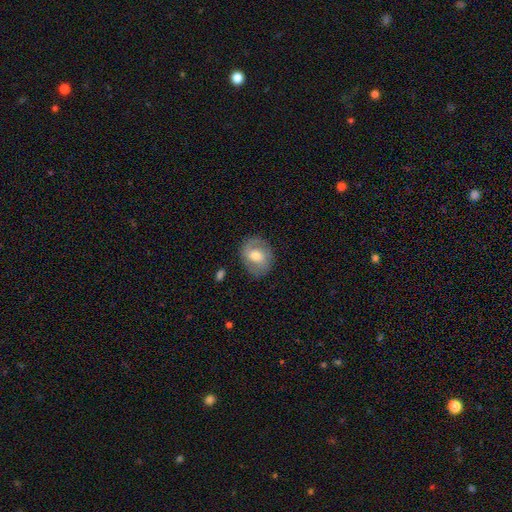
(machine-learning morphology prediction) Q: Smooth or featured?
A: featured or disk (53%); runner-up: smooth (40%)
Q: Edge-on disk?
A: no (96%); runner-up: yes (4%)
Q: Bar?
A: no (48%); runner-up: weak (41%)
Q: Spiral arms?
A: yes (77%); runner-up: no (23%)
Q: Bulge size?
A: moderate (69%); runner-up: small (20%)
Q: Merging?
A: none (79%); runner-up: minor disturbance (15%)